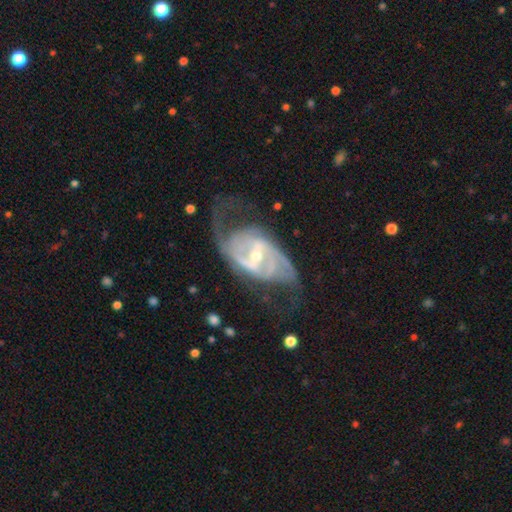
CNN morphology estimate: Smooth or featured?
  - featured or disk: 89% *
  - smooth: 6%
  - star or artifact: 5%
Edge-on disk?
  - no: 96% *
  - yes: 4%
Bar?
  - strong: 45% *
  - weak: 37%
  - no: 18%
Spiral arms?
  - yes: 93% *
  - no: 7%
Spiral winding?
  - medium: 46% *
  - loose: 32%
  - tight: 22%
Spiral arm count?
  - 2: 81% *
  - can't tell: 8%
  - 3: 4%
  - 1: 3%
  - 4: 2%
  - more than 4: 2%
Bulge size?
  - small: 56% *
  - moderate: 40%
  - large: 2%
  - none: 1%
  - dominant: 1%
Merging?
  - none: 56% *
  - major disturbance: 24%
  - minor disturbance: 17%
  - merger: 3%